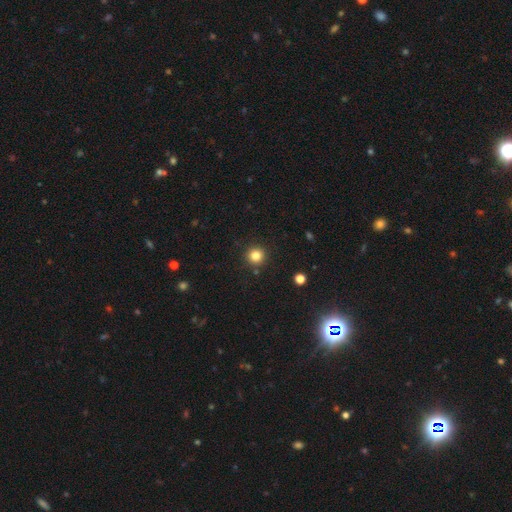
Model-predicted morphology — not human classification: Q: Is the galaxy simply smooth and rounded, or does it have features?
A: smooth — 83%.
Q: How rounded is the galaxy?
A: round — 95%.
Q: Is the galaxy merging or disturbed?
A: none — 90%.